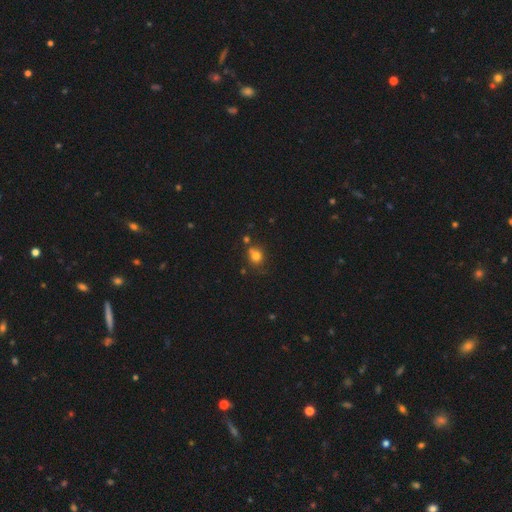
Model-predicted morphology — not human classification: Q: Smooth or featured?
A: smooth (79%); runner-up: star or artifact (13%)
Q: How rounded?
A: round (70%); runner-up: in between (29%)
Q: Merging?
A: none (62%); runner-up: minor disturbance (18%)